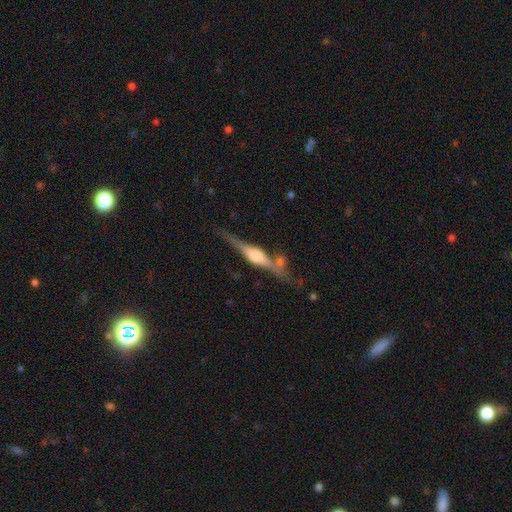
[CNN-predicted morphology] Smooth or featured? Predicted: featured or disk (p=0.82). Edge-on disk? Predicted: yes (p=0.97). Edge-on bulge? Predicted: rounded (p=0.84). Merging? Predicted: none (p=0.74).